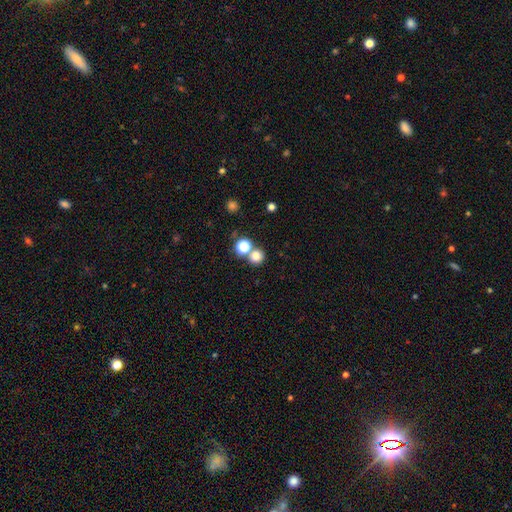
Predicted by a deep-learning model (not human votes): smooth-or-featured: smooth: 77% | star or artifact: 16% | featured or disk: 7%
  how-rounded: round: 89% | in between: 10% | cigar-shaped: 1%
  merging: none: 61% | merger: 30% | minor disturbance: 6% | major disturbance: 3%